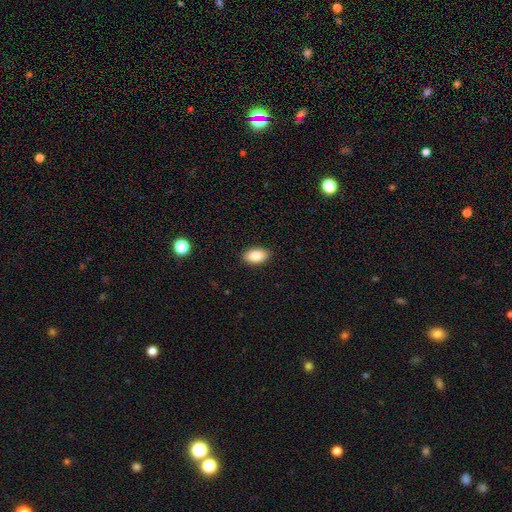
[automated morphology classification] smooth_or_featured: smooth (p=0.83) [alt: featured or disk p=0.10]
how_rounded: in between (p=0.92) [alt: round p=0.07]
merging: none (p=0.90) [alt: minor disturbance p=0.08]